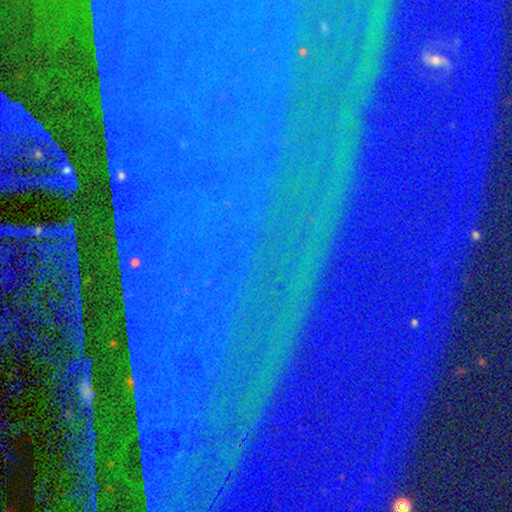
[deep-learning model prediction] Overall: star or artifact (88%).